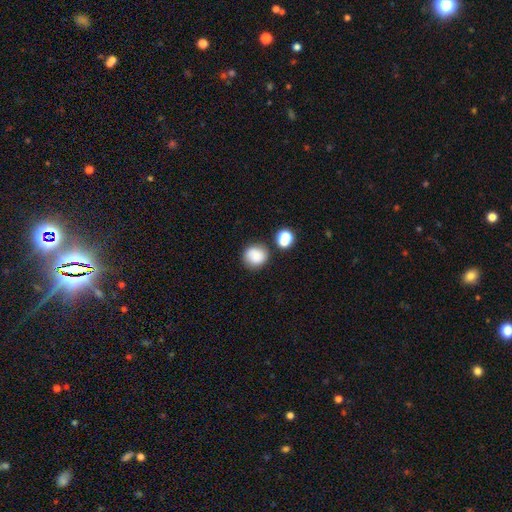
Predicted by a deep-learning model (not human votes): smooth_or_featured: smooth (p=0.80) [alt: star or artifact p=0.10]
how_rounded: round (p=0.89) [alt: in between p=0.10]
merging: none (p=0.75) [alt: minor disturbance p=0.12]